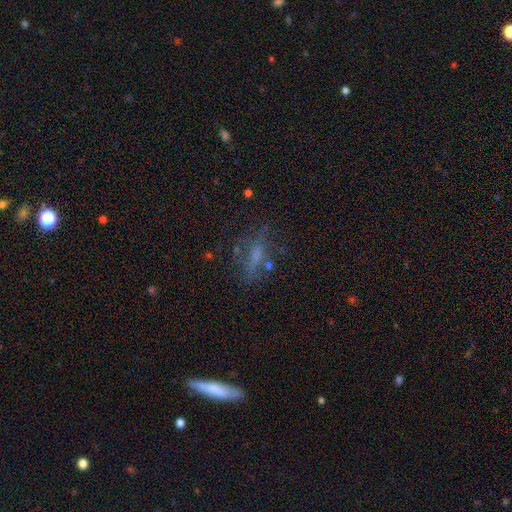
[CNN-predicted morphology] This is marginally a featured or disk galaxy (42%). Merging: likely none (60%).